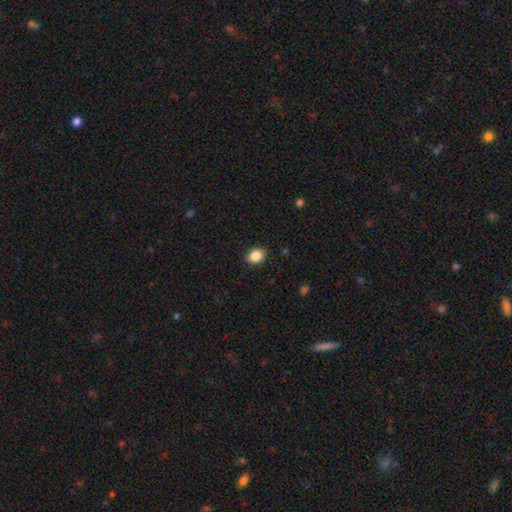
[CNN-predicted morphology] Smooth or featured? Predicted: smooth (p=0.87). How rounded? Predicted: in between (p=0.57). Merging? Predicted: none (p=0.89).